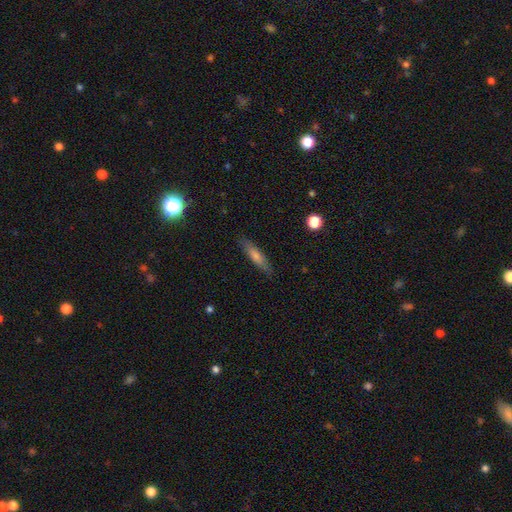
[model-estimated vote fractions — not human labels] Smooth or featured? smooth (62%)
How rounded? cigar-shaped (81%)
Merging? none (87%)